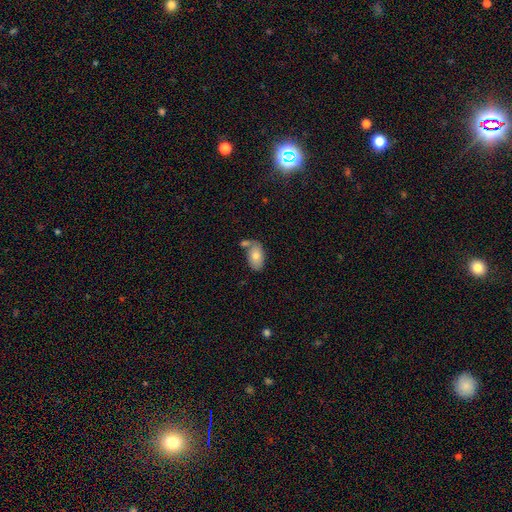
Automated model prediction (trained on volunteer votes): smooth_or_featured: smooth (p=0.77) [alt: featured or disk p=0.16]
how_rounded: in between (p=0.93) [alt: round p=0.05]
merging: none (p=0.51) [alt: merger p=0.26]